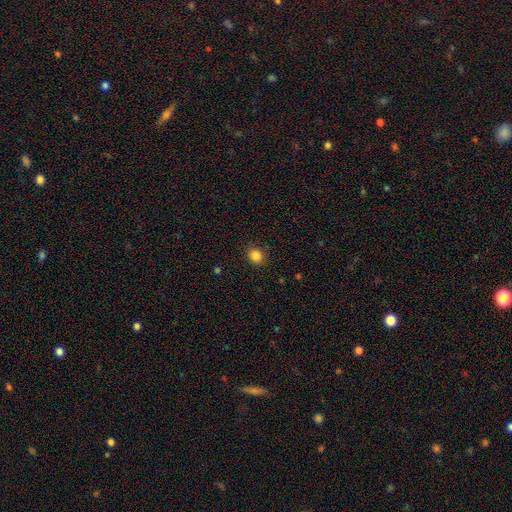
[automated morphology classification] This appears to be a smooth galaxy with no disk features (85%) that is round (65%). Merging: none (88%).